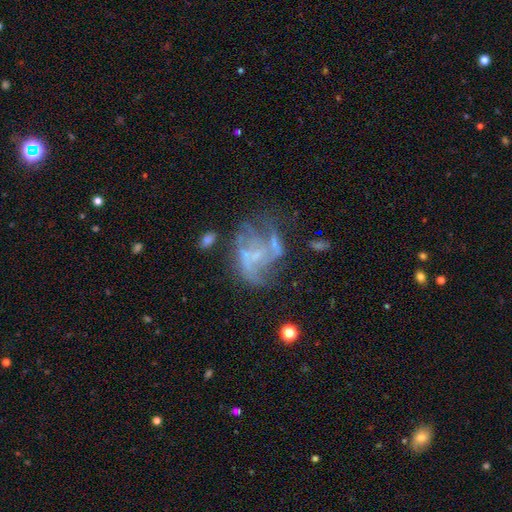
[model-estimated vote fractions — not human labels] This appears to be a featured or disk galaxy (70%) with no bar (69%), spiral arms (57%) and no central bulge (49%). Merging: major disturbance (35%, tied with none).